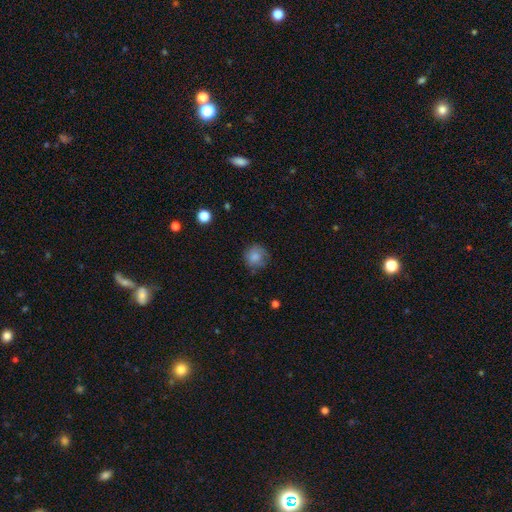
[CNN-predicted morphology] A smooth galaxy with no disk features (71%) that is round (89%). Merging: none (76%).